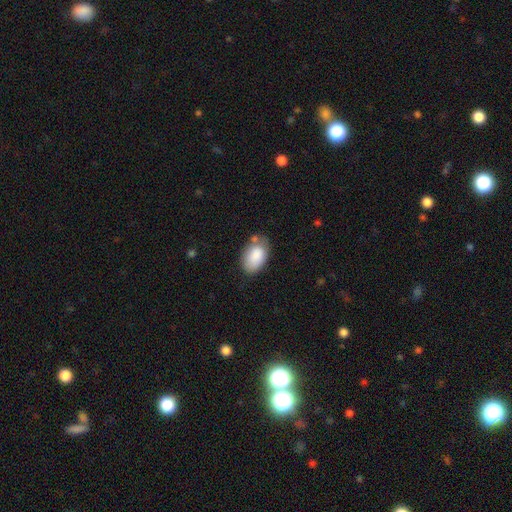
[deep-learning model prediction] Smooth or featured? Predicted: smooth (p=0.86). How rounded? Predicted: in between (p=0.91). Merging? Predicted: none (p=0.62).